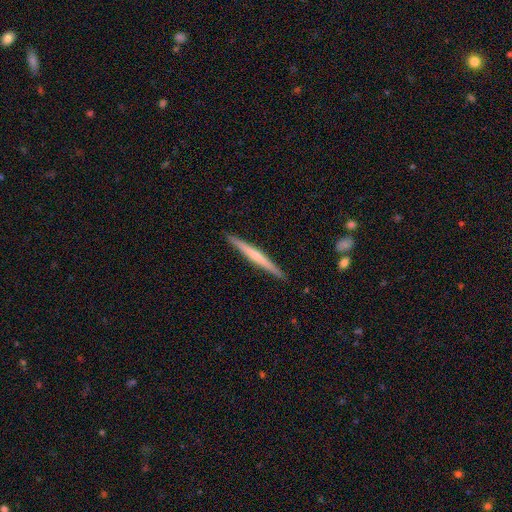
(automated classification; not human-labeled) smooth-or-featured: featured or disk: 54% | smooth: 41% | star or artifact: 5%
  disk-edge-on: yes: 98% | no: 2%
    edge-on-bulge: none: 61% | rounded: 31% | boxy: 9%
  merging: none: 92% | minor disturbance: 6% | merger: 1% | major disturbance: 1%